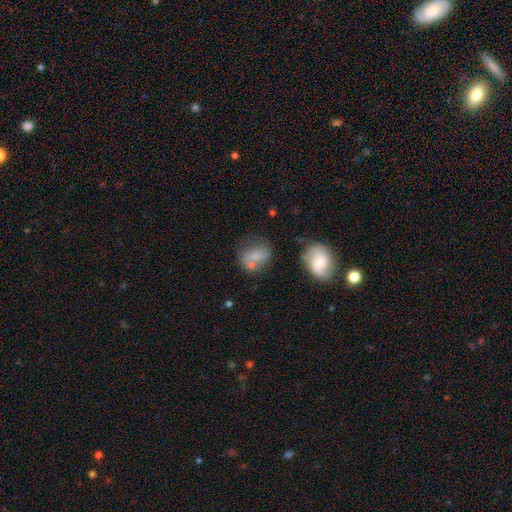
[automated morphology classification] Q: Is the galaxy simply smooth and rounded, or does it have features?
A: smooth — 71%.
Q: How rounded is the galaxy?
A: in between — 57%.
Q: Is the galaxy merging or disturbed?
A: none — 47%.